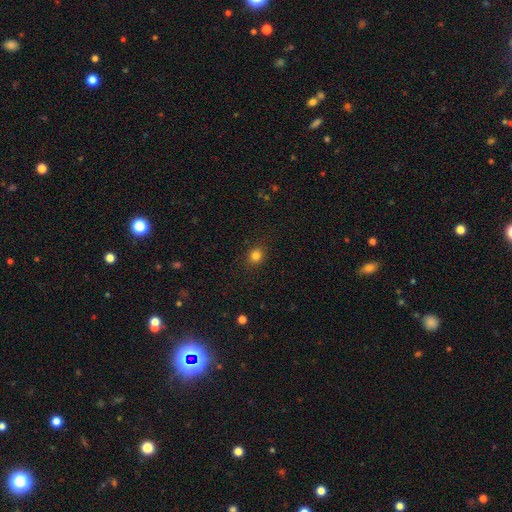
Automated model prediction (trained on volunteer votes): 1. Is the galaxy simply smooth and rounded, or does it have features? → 82% smooth, 13% star or artifact, 5% featured or disk.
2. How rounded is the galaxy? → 75% round, 24% in between, 1% cigar-shaped.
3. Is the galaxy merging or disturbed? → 88% none, 8% minor disturbance, 3% major disturbance, 1% merger.